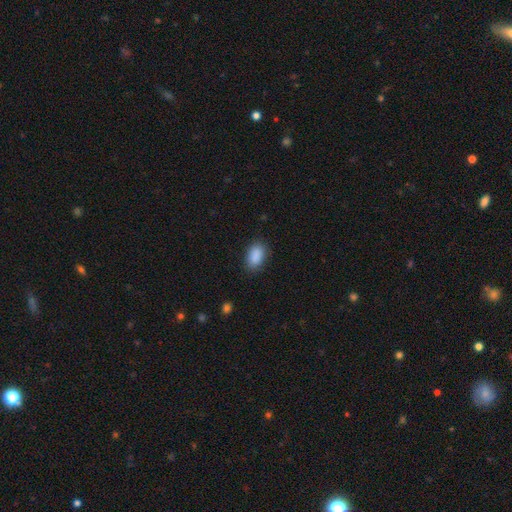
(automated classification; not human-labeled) A smooth galaxy with no disk features (89%) that is in between round and cigar-shaped (90%).

Vote fractions:
- Smooth or featured? smooth: 89% / star or artifact: 7% / featured or disk: 3%
- How rounded? in between: 90% / round: 8% / cigar-shaped: 2%
- Merging? none: 83% / minor disturbance: 13% / major disturbance: 3% / merger: 1%